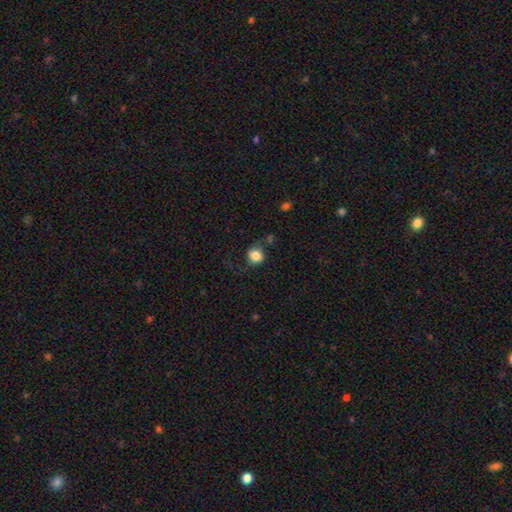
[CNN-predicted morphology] A smooth galaxy with no disk features (83%) that is round (71%). Merging: none (65%).